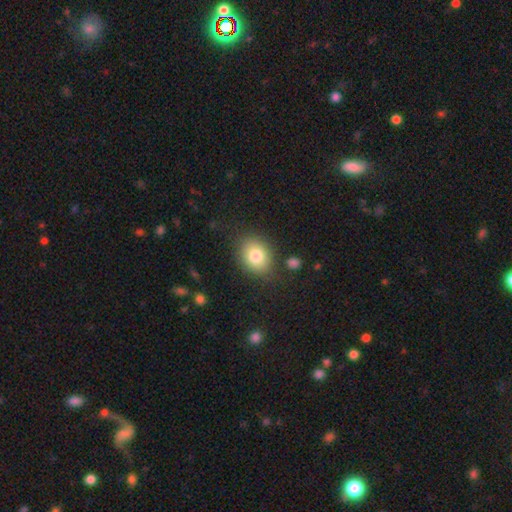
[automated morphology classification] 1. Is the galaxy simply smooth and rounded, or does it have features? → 81% smooth, 10% featured or disk, 9% star or artifact.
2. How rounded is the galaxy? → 50% round, 49% in between, 1% cigar-shaped.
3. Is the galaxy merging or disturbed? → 81% none, 12% minor disturbance, 4% major disturbance, 3% merger.